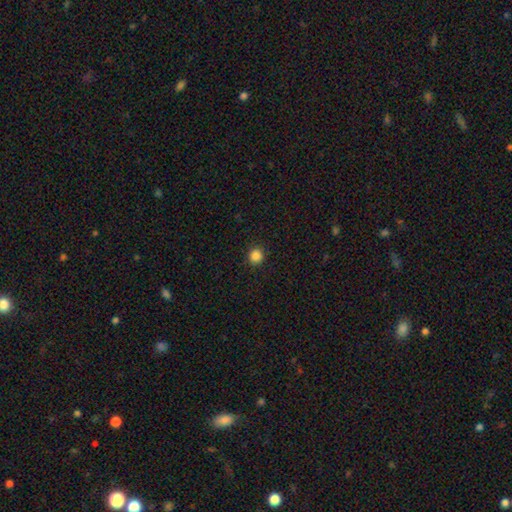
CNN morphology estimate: Smooth or featured?
  - smooth: 86% *
  - star or artifact: 11%
  - featured or disk: 3%
How rounded?
  - round: 92% *
  - in between: 7%
  - cigar-shaped: 1%
Merging?
  - none: 91% *
  - minor disturbance: 6%
  - major disturbance: 2%
  - merger: 1%